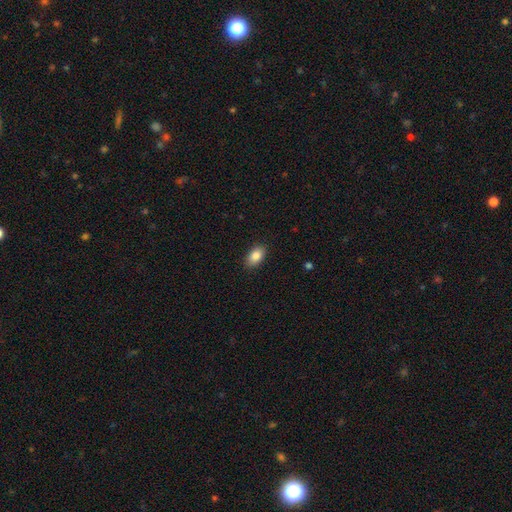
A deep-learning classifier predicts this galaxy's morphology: Q: Smooth or featured?
A: smooth (86%); runner-up: star or artifact (8%)
Q: How rounded?
A: in between (92%); runner-up: round (6%)
Q: Merging?
A: none (88%); runner-up: minor disturbance (9%)